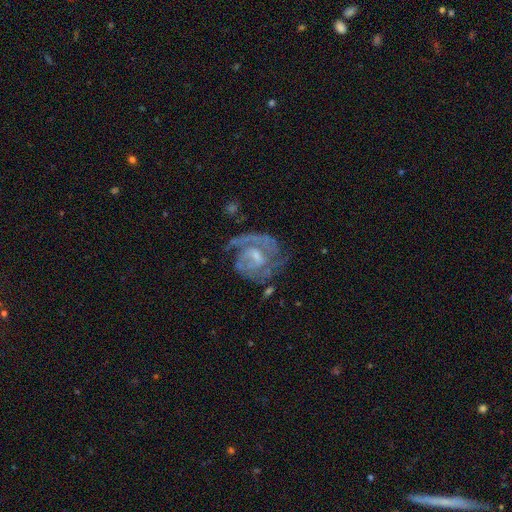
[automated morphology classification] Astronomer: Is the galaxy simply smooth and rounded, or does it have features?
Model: featured or disk — 86%.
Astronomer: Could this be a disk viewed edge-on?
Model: no — 98%.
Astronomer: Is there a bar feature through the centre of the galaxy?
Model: weak — 52% (runner-up: no, 34%).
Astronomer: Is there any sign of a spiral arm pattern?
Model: yes — 95%.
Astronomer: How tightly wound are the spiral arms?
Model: tight — 52% (runner-up: medium, 40%).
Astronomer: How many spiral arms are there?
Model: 2 — 56%.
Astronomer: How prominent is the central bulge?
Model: small — 46% (runner-up: moderate, 39%).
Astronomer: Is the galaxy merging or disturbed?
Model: none — 66%.